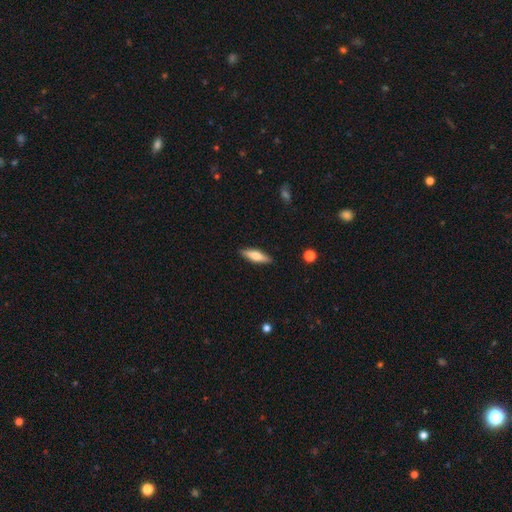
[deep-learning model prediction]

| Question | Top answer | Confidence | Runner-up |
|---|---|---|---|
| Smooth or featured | smooth | 63% | featured or disk (32%) |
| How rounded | cigar-shaped | 61% | in between (37%) |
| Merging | none | 89% | minor disturbance (8%) |